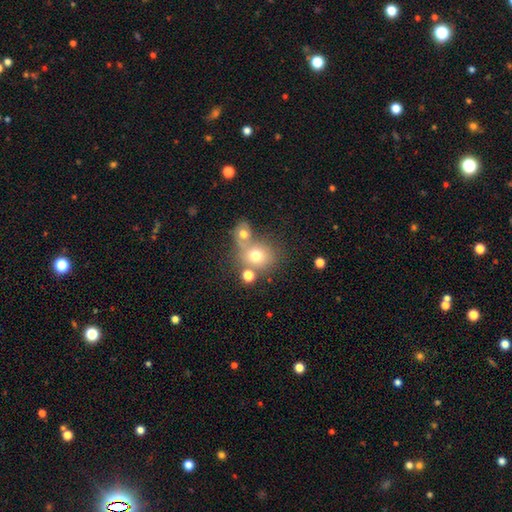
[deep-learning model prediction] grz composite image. It shows a smooth galaxy with no disk features (70%) that is round (76%). Merging: none (46%).